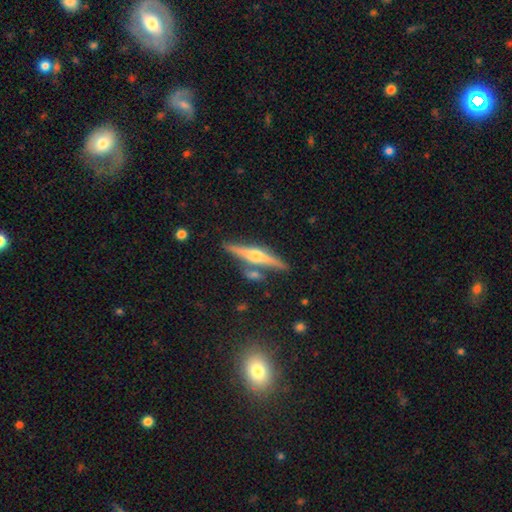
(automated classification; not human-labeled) featured or disk 73%, smooth 21%, star or artifact 7%. Down the decision tree: edge-on disk — yes (97%); edge-on bulge — rounded (89%); merging — none (79%).